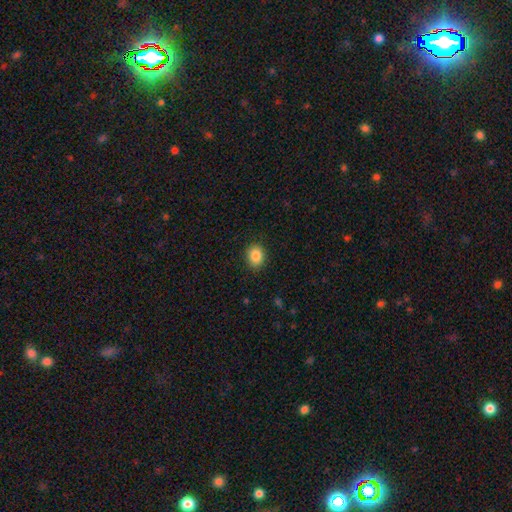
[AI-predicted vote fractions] A smooth galaxy with no disk features (86%) that is round (53%).

Vote fractions:
- Smooth or featured? smooth: 86% / star or artifact: 9% / featured or disk: 5%
- How rounded? round: 53% / in between: 46% / cigar-shaped: 1%
- Merging? none: 89% / minor disturbance: 8% / major disturbance: 2% / merger: 1%